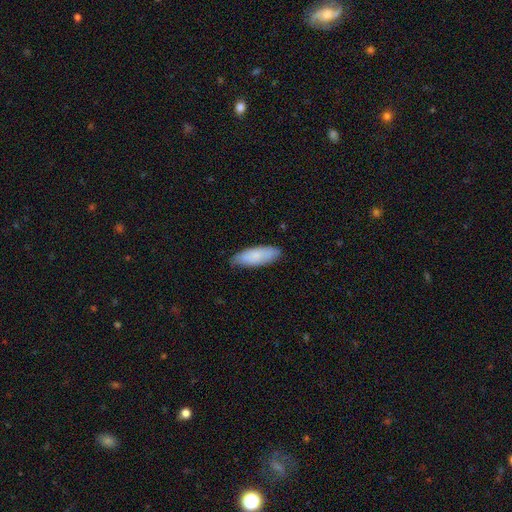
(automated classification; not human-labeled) Smooth or featured?
  - smooth: 81% *
  - featured or disk: 14%
  - star or artifact: 6%
How rounded?
  - in between: 68% *
  - cigar-shaped: 31%
  - round: 2%
Merging?
  - none: 80% *
  - minor disturbance: 17%
  - major disturbance: 2%
  - merger: 1%